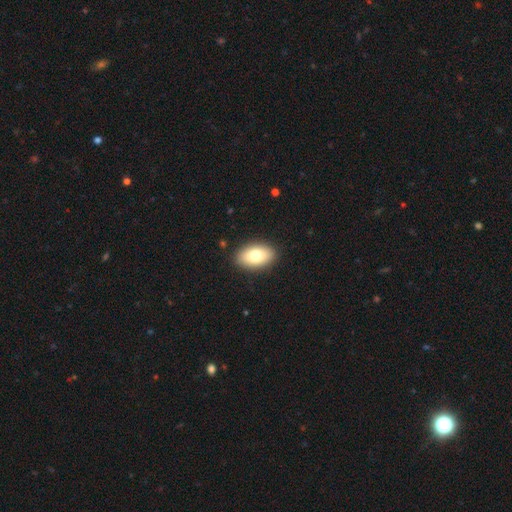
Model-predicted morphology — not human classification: This appears to be a smooth galaxy with no disk features (77%) that is in between round and cigar-shaped (92%). Merging: none (89%).